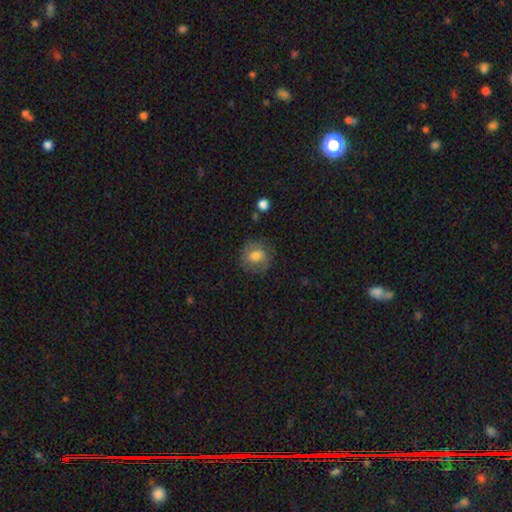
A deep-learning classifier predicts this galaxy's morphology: Overall: smooth (72%). How rounded: round (83%). Merging: none (80%).